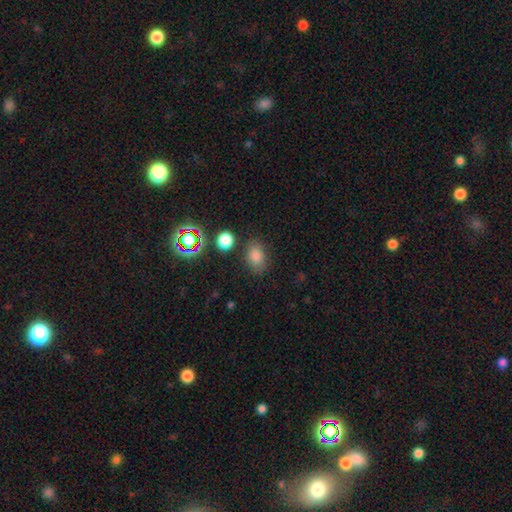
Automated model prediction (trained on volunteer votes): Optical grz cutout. It shows a smooth galaxy with no disk features (77%) that is in between round and cigar-shaped (76%). Merging: none (79%).